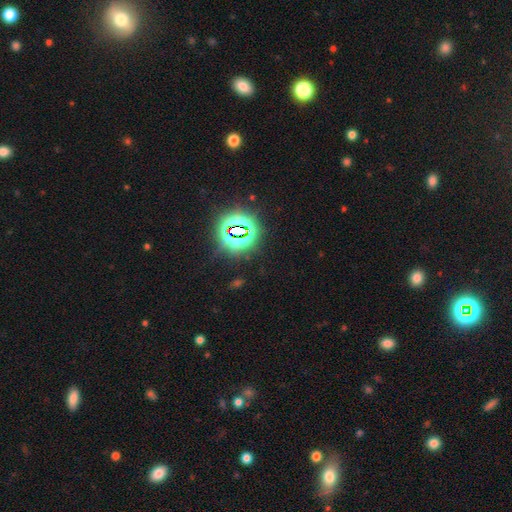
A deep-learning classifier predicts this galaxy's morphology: Overall: star or artifact (80%).